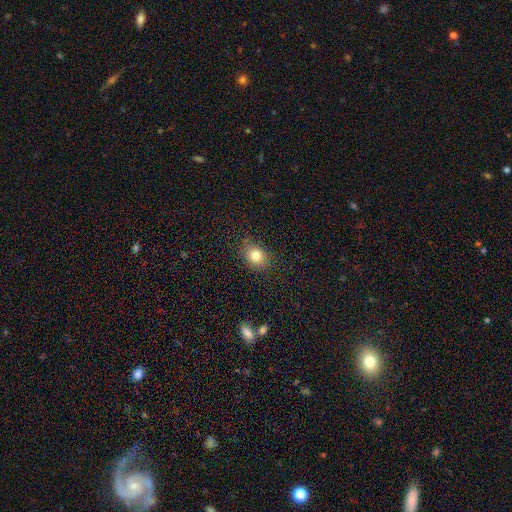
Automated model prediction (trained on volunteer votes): Smooth or featured?
  - smooth: 80% *
  - star or artifact: 11%
  - featured or disk: 9%
How rounded?
  - in between: 50% *
  - round: 49%
  - cigar-shaped: 1%
Merging?
  - none: 83% *
  - minor disturbance: 12%
  - major disturbance: 3%
  - merger: 2%